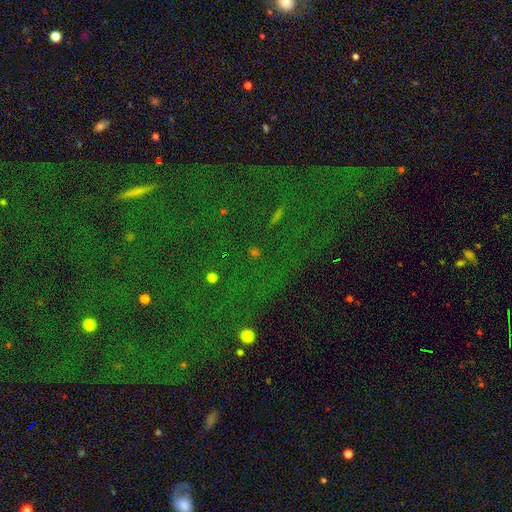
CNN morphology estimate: This is clearly a star or artifact rather than a galaxy (82%).